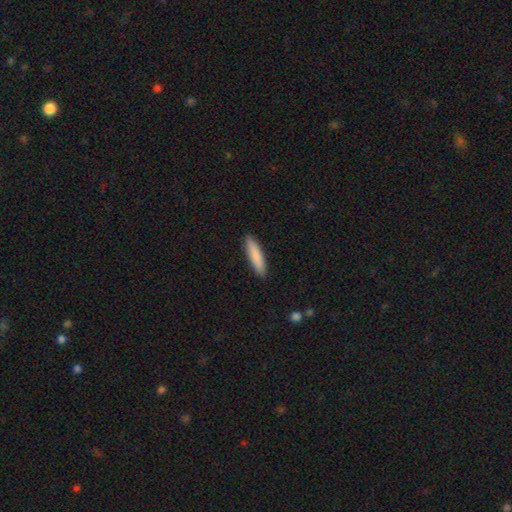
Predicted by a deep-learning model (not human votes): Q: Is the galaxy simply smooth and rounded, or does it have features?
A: smooth — 86%.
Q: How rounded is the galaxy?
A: cigar-shaped — 79%.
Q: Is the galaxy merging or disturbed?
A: none — 91%.